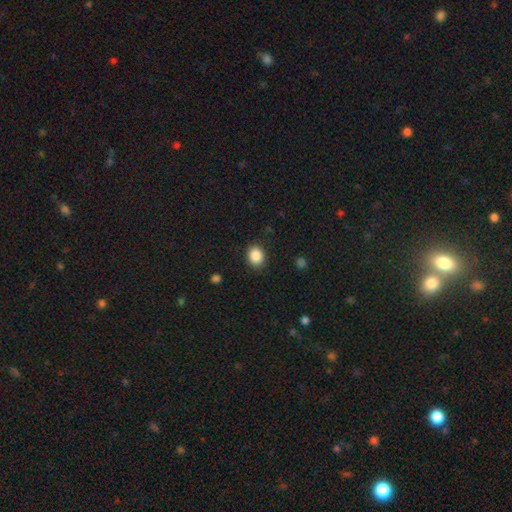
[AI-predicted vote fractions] This is clearly a smooth galaxy (88%). How rounded: likely round (61%). Merging: clearly none (88%).